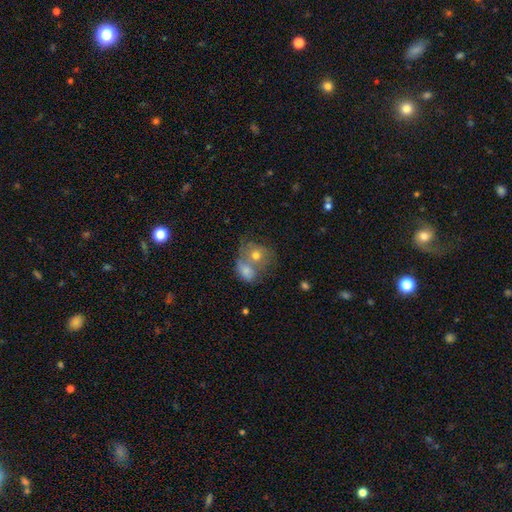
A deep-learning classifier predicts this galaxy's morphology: A smooth galaxy with no disk features (61%) that is round (59%).

Vote fractions:
- Smooth or featured? smooth: 61% / featured or disk: 27% / star or artifact: 11%
- How rounded? round: 59% / in between: 40% / cigar-shaped: 1%
- Merging? merger: 62% / none: 24% / minor disturbance: 9% / major disturbance: 6%